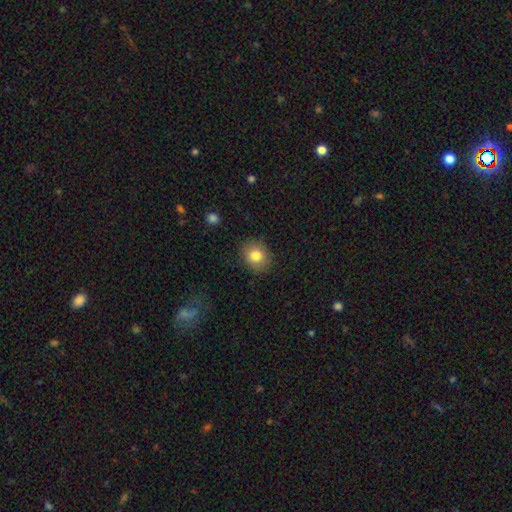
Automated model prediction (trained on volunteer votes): A smooth galaxy with no disk features (82%) that is round (61%).

Vote fractions:
- Smooth or featured? smooth: 82% / featured or disk: 9% / star or artifact: 9%
- How rounded? round: 61% / in between: 38% / cigar-shaped: 1%
- Merging? none: 87% / minor disturbance: 10% / major disturbance: 3% / merger: 1%